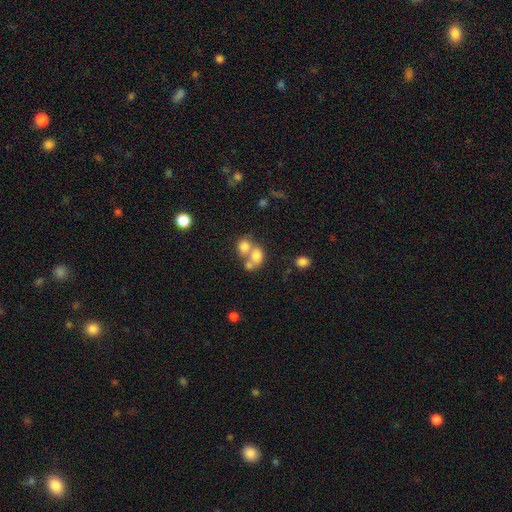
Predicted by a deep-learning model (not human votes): Overall: smooth (72%). How rounded: round (57%; in between 42%). Merging: merger (61%; none 27%).